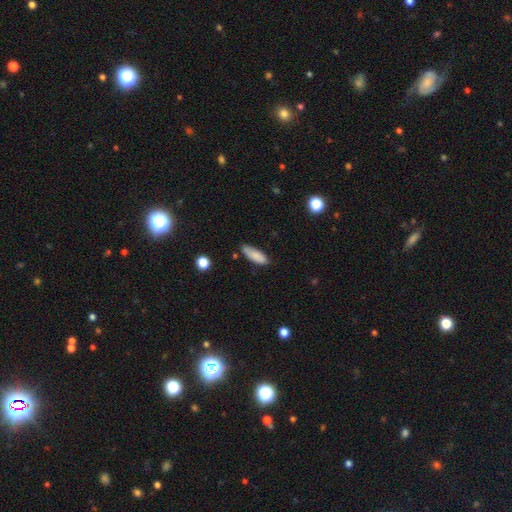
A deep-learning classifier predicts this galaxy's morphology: This appears to be a smooth galaxy with no disk features (85%) that is in between round and cigar-shaped (62%). Merging: none (71%).